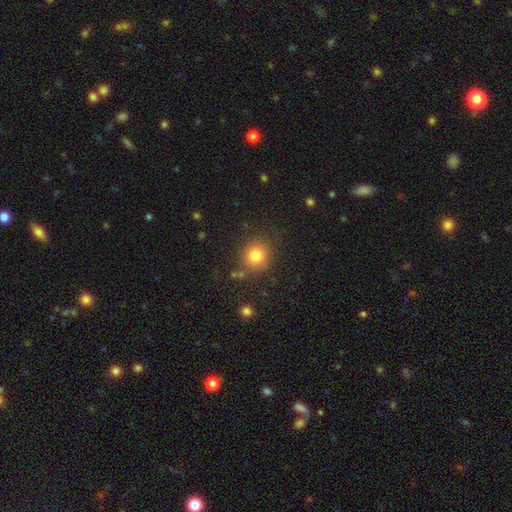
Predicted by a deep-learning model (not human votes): A smooth galaxy with no disk features (81%) that is round (84%).

Vote fractions:
- Smooth or featured? smooth: 81% / star or artifact: 12% / featured or disk: 7%
- How rounded? round: 84% / in between: 15% / cigar-shaped: 1%
- Merging? none: 82% / minor disturbance: 11% / major disturbance: 4% / merger: 3%